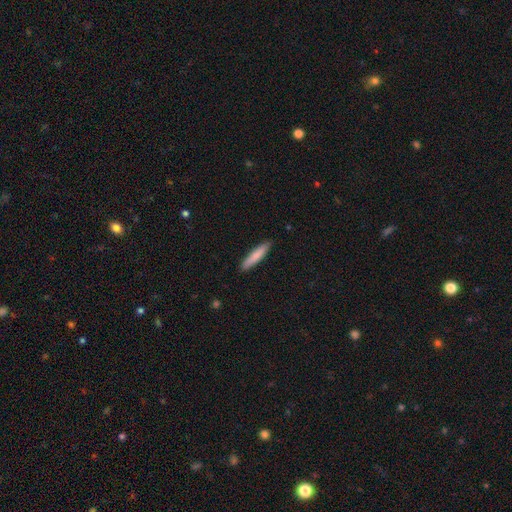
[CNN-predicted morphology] smooth-or-featured: smooth: 81% | featured or disk: 14% | star or artifact: 5%
  how-rounded: cigar-shaped: 87% | in between: 12% | round: 1%
  merging: none: 89% | minor disturbance: 8% | major disturbance: 1% | merger: 1%